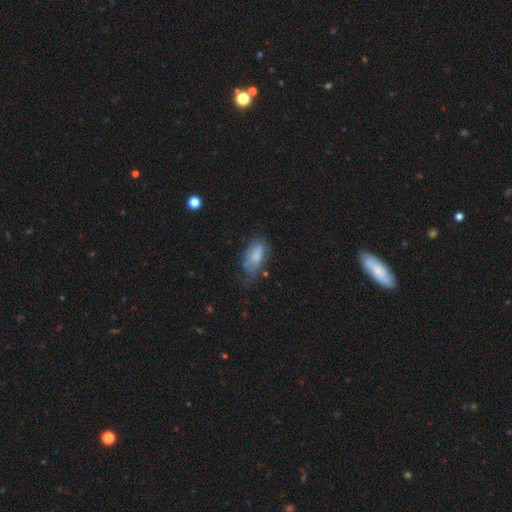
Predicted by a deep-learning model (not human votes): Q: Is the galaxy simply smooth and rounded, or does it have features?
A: smooth — 68%.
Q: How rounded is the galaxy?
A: in between — 88%.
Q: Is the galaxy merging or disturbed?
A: none — 41%.